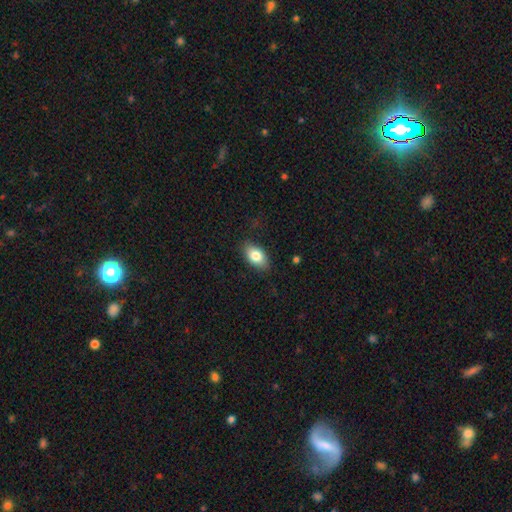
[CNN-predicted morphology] This appears to be a smooth galaxy with no disk features (81%) that is in between round and cigar-shaped (91%). Merging: none (84%).